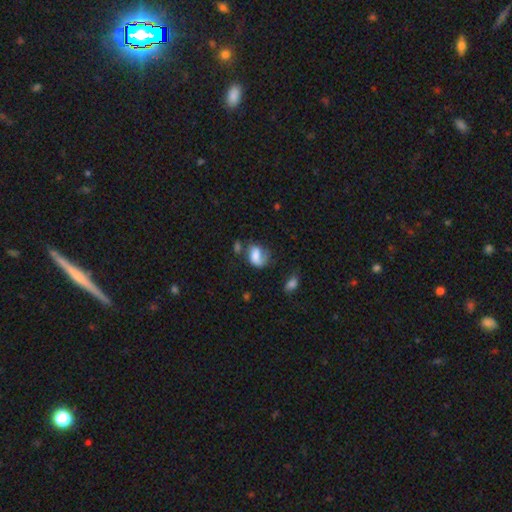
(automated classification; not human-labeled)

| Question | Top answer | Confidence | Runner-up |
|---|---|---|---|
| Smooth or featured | smooth | 54% | featured or disk (36%) |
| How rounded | in between | 73% | round (26%) |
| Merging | none | 34% | major disturbance (28%) |